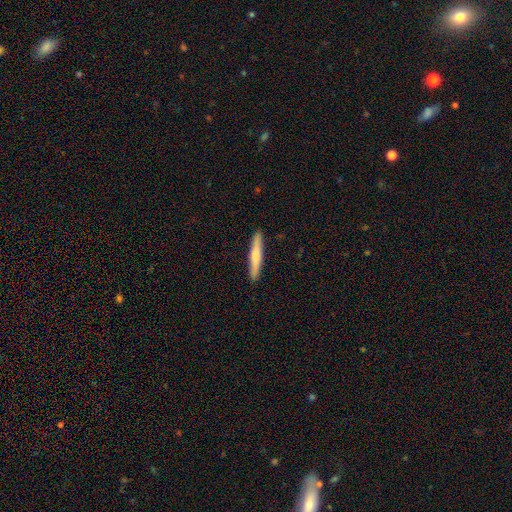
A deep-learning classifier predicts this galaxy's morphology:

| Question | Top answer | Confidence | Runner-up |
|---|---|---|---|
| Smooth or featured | smooth | 63% | featured or disk (32%) |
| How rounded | cigar-shaped | 94% | in between (4%) |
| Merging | none | 92% | minor disturbance (6%) |